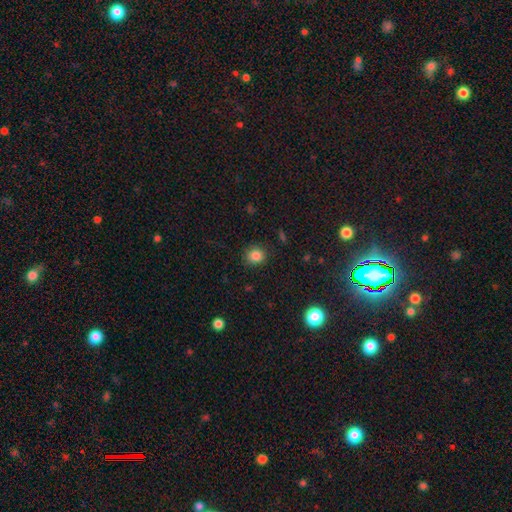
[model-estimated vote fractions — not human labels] Smooth or featured? Predicted: smooth (p=0.85). How rounded? Predicted: round (p=0.82). Merging? Predicted: none (p=0.86).